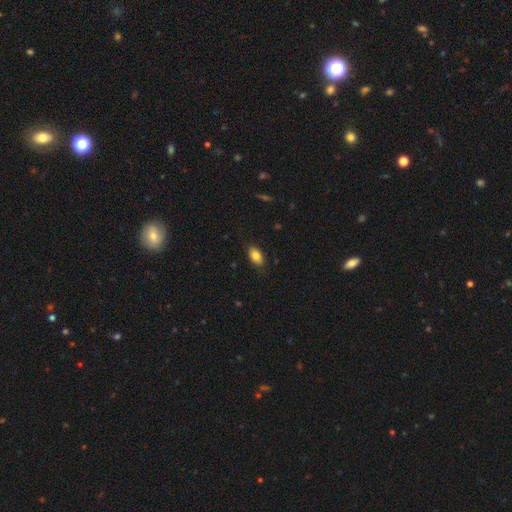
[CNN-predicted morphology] smooth-or-featured: smooth: 85% | star or artifact: 8% | featured or disk: 8%
  how-rounded: in between: 91% | round: 6% | cigar-shaped: 3%
  merging: none: 85% | minor disturbance: 12% | major disturbance: 3% | merger: 1%